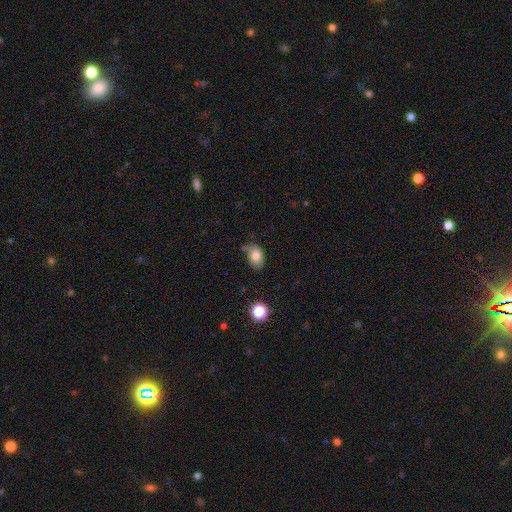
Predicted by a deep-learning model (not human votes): Overall: smooth (78%). How rounded: in between (80%). Merging: none (62%; minor disturbance 27%).